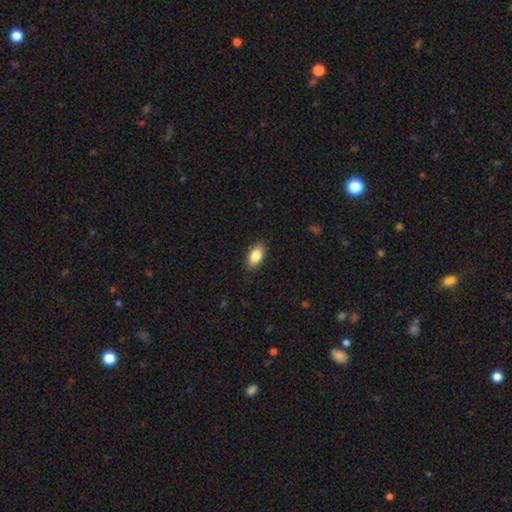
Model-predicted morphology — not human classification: type=smooth (84%); roundness=in between (91%); merging=none (87%).